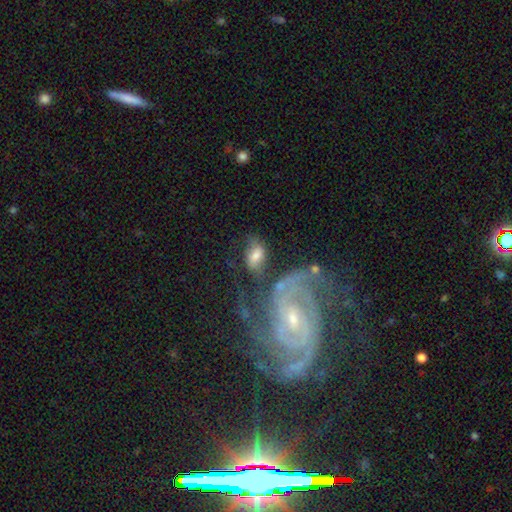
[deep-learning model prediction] Overall: smooth (53%; featured or disk 37%). How rounded: in between (87%). Merging: none (39%; minor disturbance 22%).